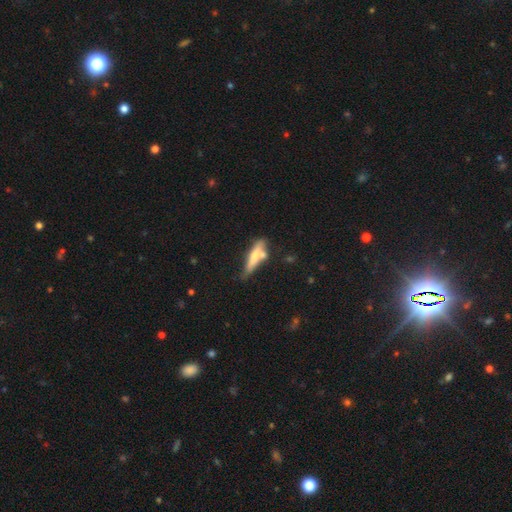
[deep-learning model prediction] The model was most divided on "smooth or featured": smooth: 54%, featured or disk: 39%, star or artifact: 7%. Remaining: how rounded — cigar-shaped (76%); merging — none (44%).